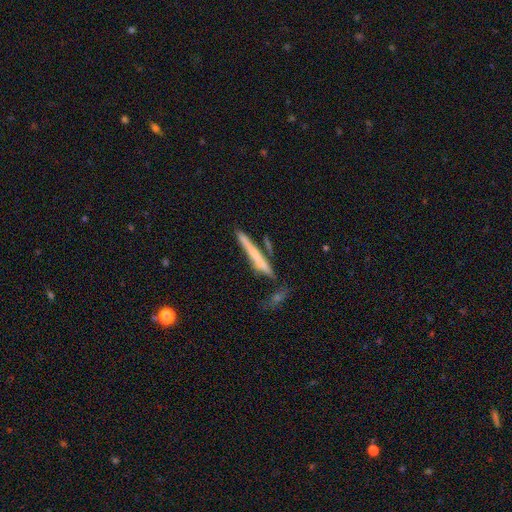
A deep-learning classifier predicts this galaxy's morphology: A smooth galaxy with no disk features (53%) that is cigar-shaped (95%). Merging: none (71%).